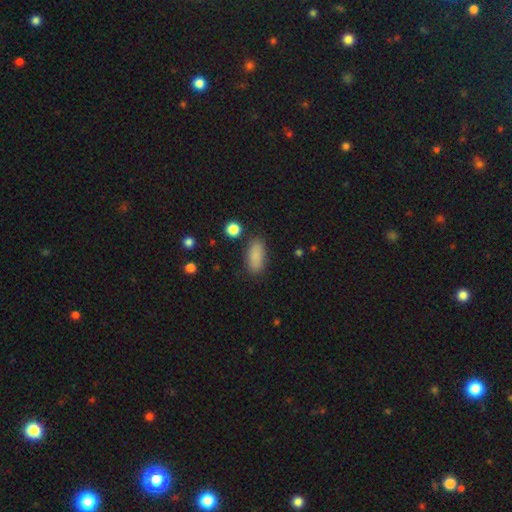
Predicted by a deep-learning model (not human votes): Smooth or featured? smooth (87%)
How rounded? in between (82%)
Merging? none (84%)